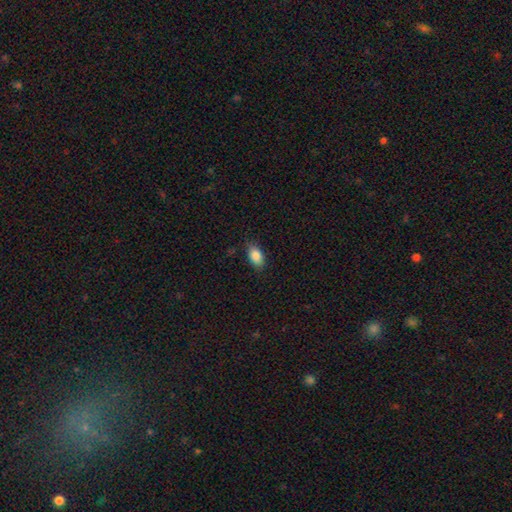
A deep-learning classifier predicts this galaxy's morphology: smooth_or_featured: smooth (p=0.87) [alt: star or artifact p=0.08]
how_rounded: in between (p=0.91) [alt: round p=0.06]
merging: none (p=0.81) [alt: minor disturbance p=0.15]